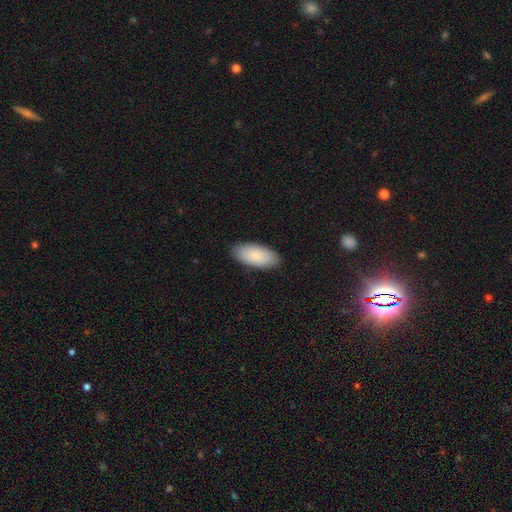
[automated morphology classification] Smooth or featured? smooth (87%)
How rounded? in between (92%)
Merging? none (88%)